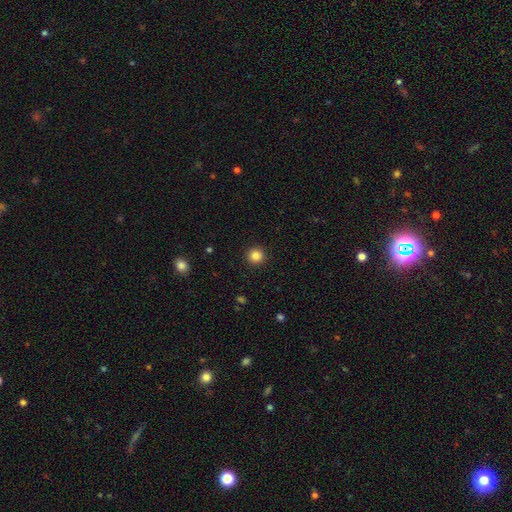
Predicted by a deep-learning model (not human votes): smooth-or-featured: smooth: 85% | star or artifact: 11% | featured or disk: 4%
  how-rounded: round: 95% | in between: 4% | cigar-shaped: 1%
  merging: none: 93% | minor disturbance: 5% | major disturbance: 2% | merger: 1%